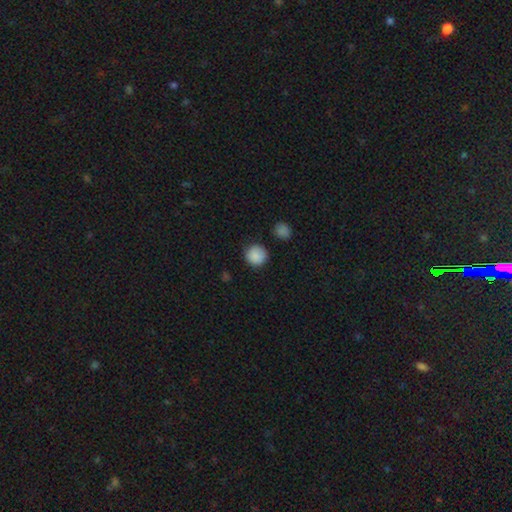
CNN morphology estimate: Overall: smooth (87%). How rounded: round (92%). Merging: none (82%).